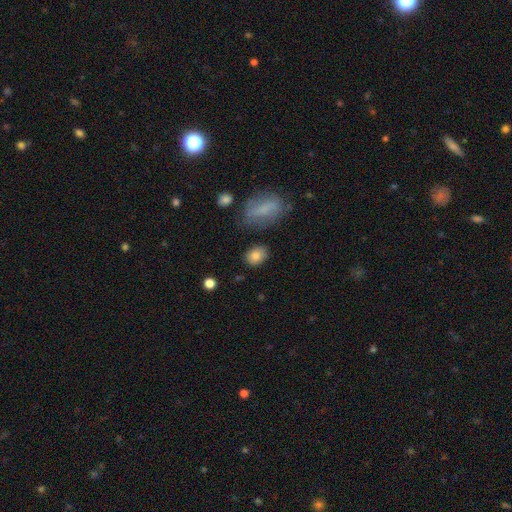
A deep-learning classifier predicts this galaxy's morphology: Smooth or featured?
  - smooth: 83% *
  - star or artifact: 9%
  - featured or disk: 8%
How rounded?
  - in between: 64% *
  - round: 34%
  - cigar-shaped: 1%
Merging?
  - none: 80% *
  - minor disturbance: 13%
  - major disturbance: 4%
  - merger: 4%